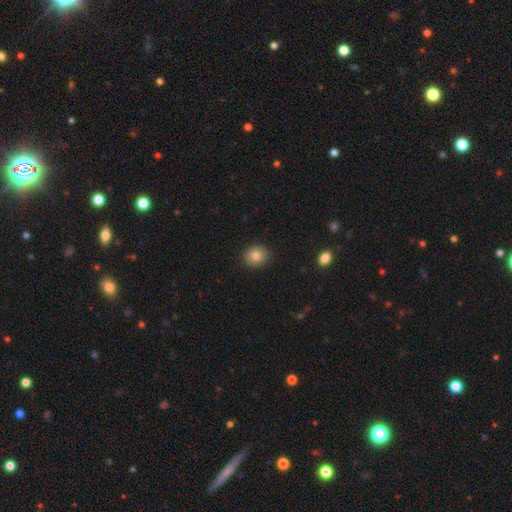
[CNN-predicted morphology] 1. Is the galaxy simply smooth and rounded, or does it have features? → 80% smooth, 10% featured or disk, 10% star or artifact.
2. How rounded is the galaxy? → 80% round, 19% in between, 1% cigar-shaped.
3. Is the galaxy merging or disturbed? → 90% none, 8% minor disturbance, 2% major disturbance, 1% merger.